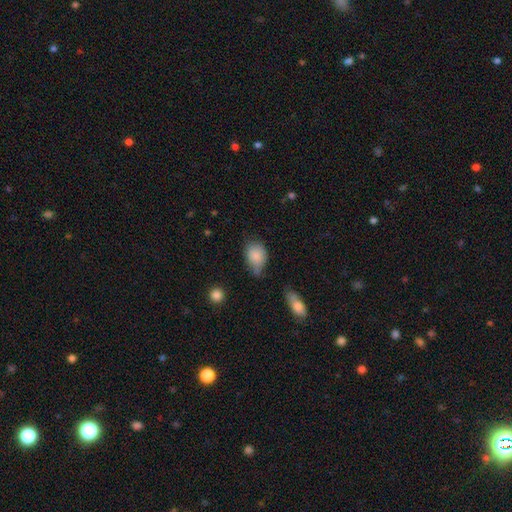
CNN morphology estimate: Overall: smooth (84%). How rounded: in between (72%). Merging: none (48%; minor disturbance 36%).